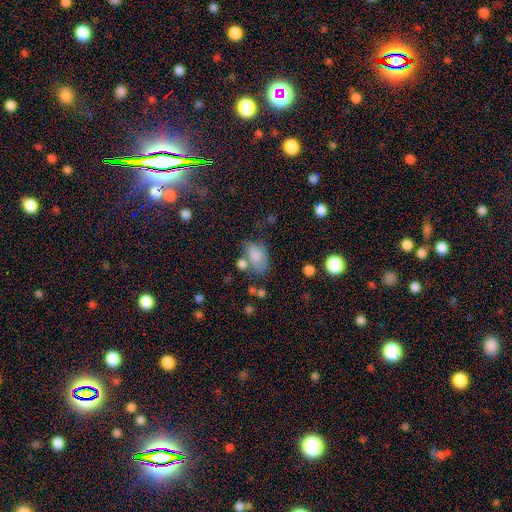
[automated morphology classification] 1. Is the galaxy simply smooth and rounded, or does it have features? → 76% smooth, 14% featured or disk, 11% star or artifact.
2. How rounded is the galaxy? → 87% in between, 12% round, 2% cigar-shaped.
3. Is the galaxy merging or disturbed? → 42% none, 25% minor disturbance, 18% merger, 15% major disturbance.